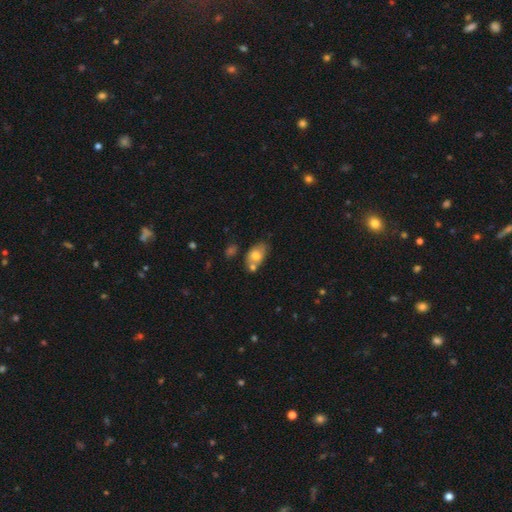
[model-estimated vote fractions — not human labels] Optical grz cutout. It shows a smooth galaxy with no disk features (70%) that is in between round and cigar-shaped (86%). Merging: none (50%).